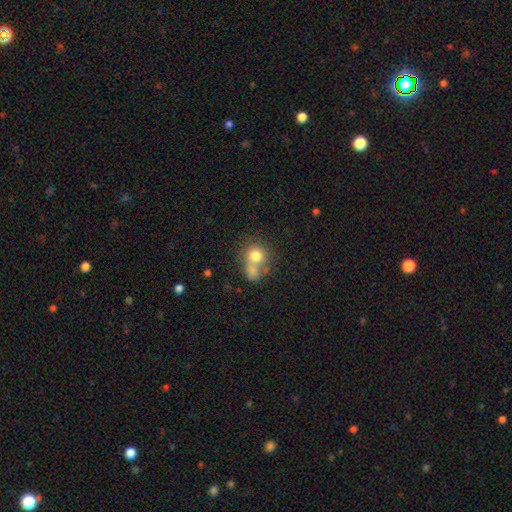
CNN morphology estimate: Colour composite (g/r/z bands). It shows a smooth galaxy with no disk features (75%) that is round (78%). Merging: merger (48%).